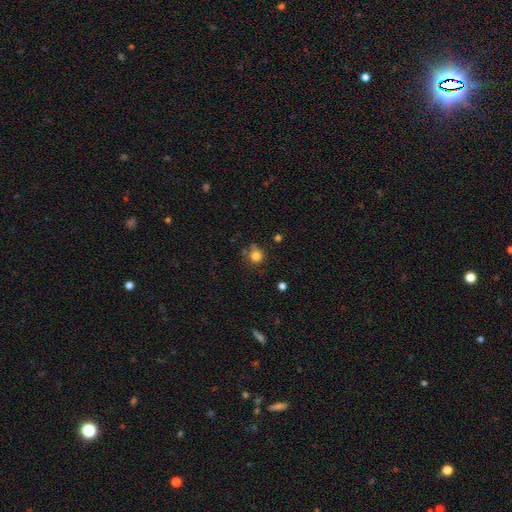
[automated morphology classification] smooth-or-featured: smooth: 82% | star or artifact: 12% | featured or disk: 6%
  how-rounded: round: 87% | in between: 12% | cigar-shaped: 1%
  merging: none: 64% | minor disturbance: 22% | merger: 8% | major disturbance: 7%